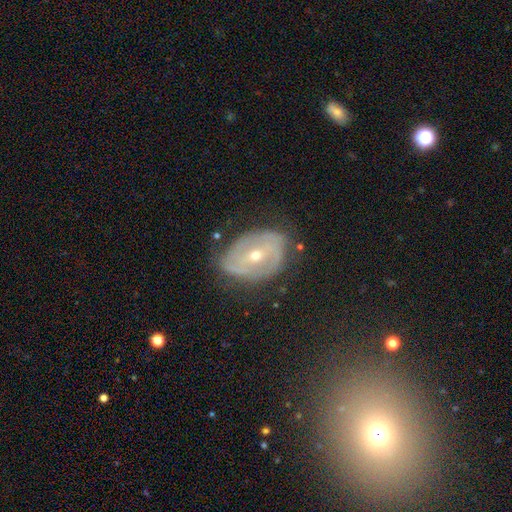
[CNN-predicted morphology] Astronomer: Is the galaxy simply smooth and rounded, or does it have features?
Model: featured or disk — 74%.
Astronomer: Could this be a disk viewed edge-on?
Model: no — 95%.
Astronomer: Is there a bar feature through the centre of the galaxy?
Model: weak — 38% (runner-up: no, 35%).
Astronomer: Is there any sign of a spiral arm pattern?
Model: yes — 65%.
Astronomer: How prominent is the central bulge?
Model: small — 58% (runner-up: moderate, 39%).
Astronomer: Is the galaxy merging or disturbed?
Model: none — 62%.